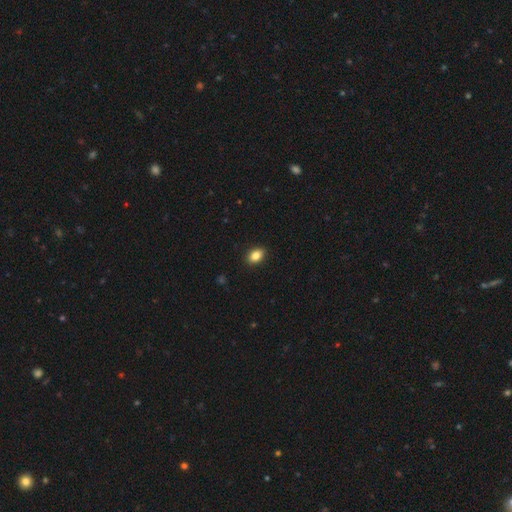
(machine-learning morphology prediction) Smooth or featured?
  - smooth: 85% *
  - star or artifact: 9%
  - featured or disk: 6%
How rounded?
  - in between: 80% *
  - round: 18%
  - cigar-shaped: 1%
Merging?
  - none: 90% *
  - minor disturbance: 7%
  - major disturbance: 2%
  - merger: 1%